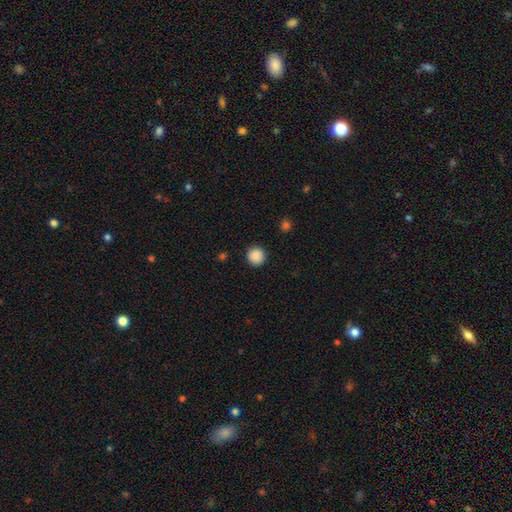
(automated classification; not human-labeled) smooth_or_featured: smooth (p=0.89) [alt: star or artifact p=0.09]
how_rounded: round (p=0.95) [alt: in between p=0.04]
merging: none (p=0.92) [alt: minor disturbance p=0.05]